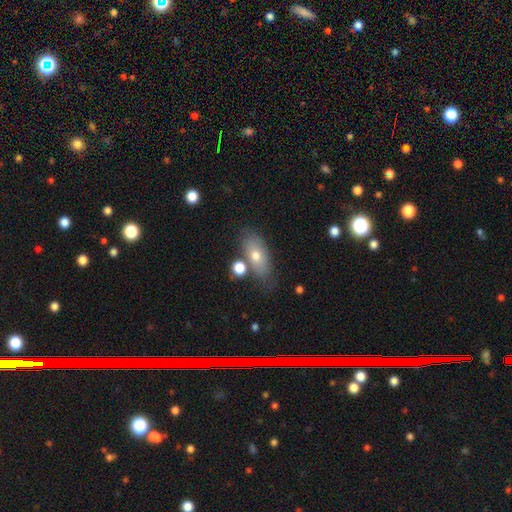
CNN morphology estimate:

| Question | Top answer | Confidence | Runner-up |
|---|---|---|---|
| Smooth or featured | smooth | 69% | featured or disk (23%) |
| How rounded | in between | 83% | cigar-shaped (10%) |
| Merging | none | 66% | minor disturbance (17%) |